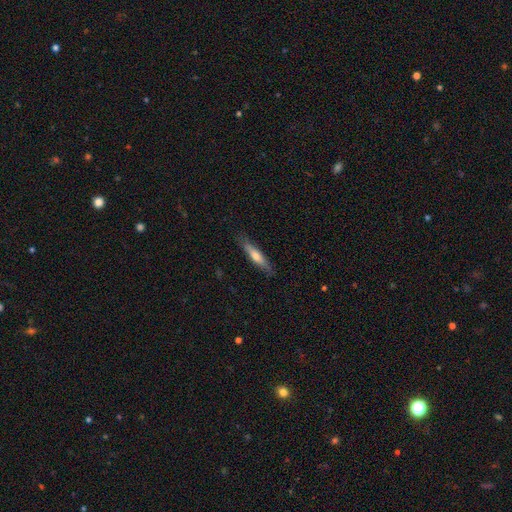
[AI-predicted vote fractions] smooth 55%, featured or disk 40%, star or artifact 6%. Down the decision tree: how rounded — cigar-shaped (86%); merging — none (84%).